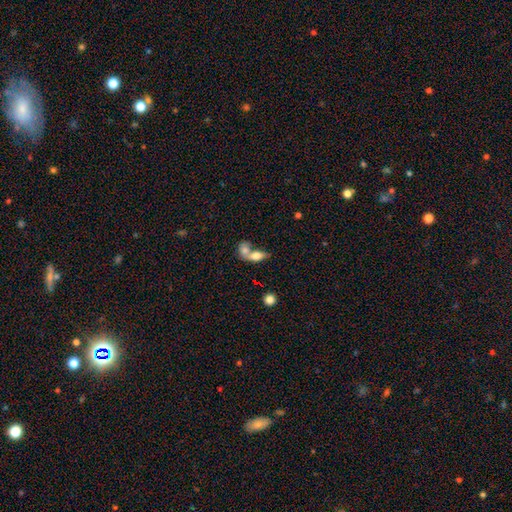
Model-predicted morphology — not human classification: Smooth or featured: smooth — 72% (featured or disk — 20%)
How rounded: in between — 79% (round — 12%)
Merging: merger — 69% (none — 20%)